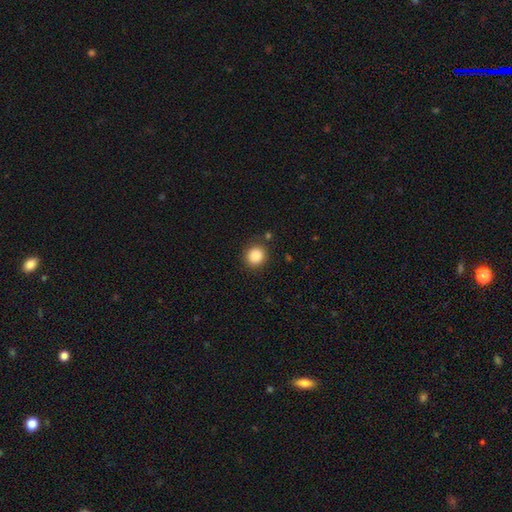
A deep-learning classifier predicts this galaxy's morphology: This appears to be a smooth galaxy with no disk features (87%) that is round (89%). Merging: none (87%).